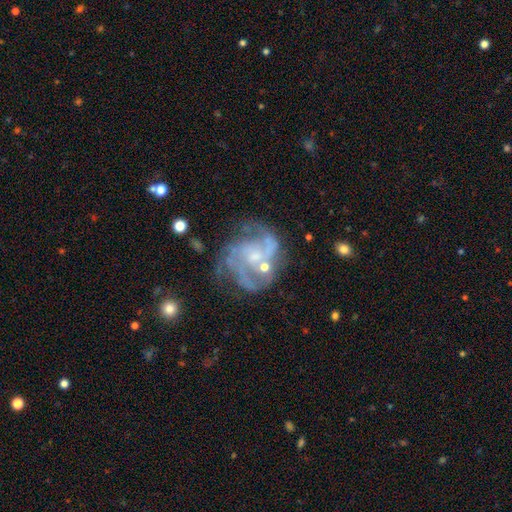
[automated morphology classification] type=featured or disk (83%); edge-on=no (98%); bar=no (65%); spiral arms=yes (90%); winding=medium (48%); arm count=3 (28%); bulge=small (51%); merging=none (51%).